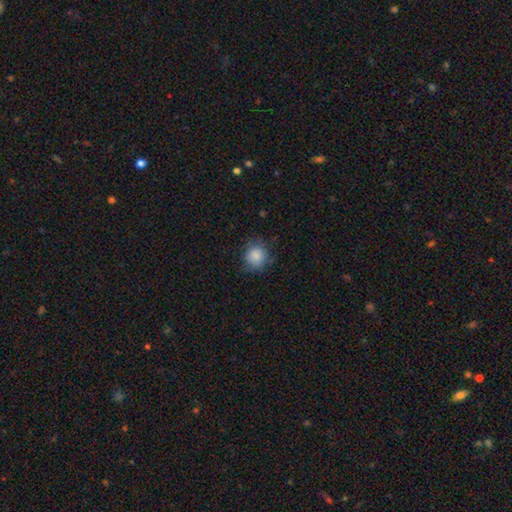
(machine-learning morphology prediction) smooth 86%, star or artifact 9%, featured or disk 6%. Down the decision tree: how rounded — round (86%); merging — none (75%).